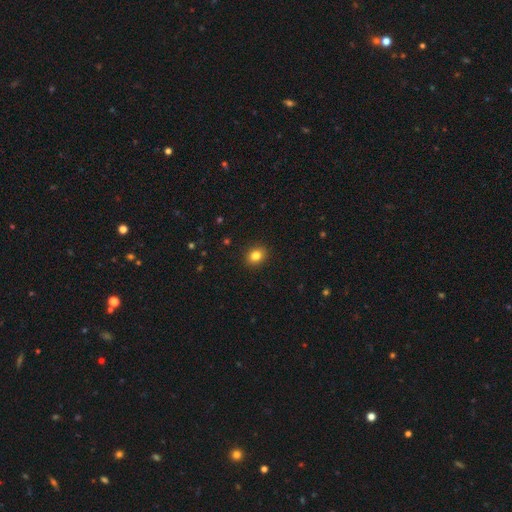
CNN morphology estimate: Smooth or featured? smooth (83%)
How rounded? round (59%)
Merging? none (91%)